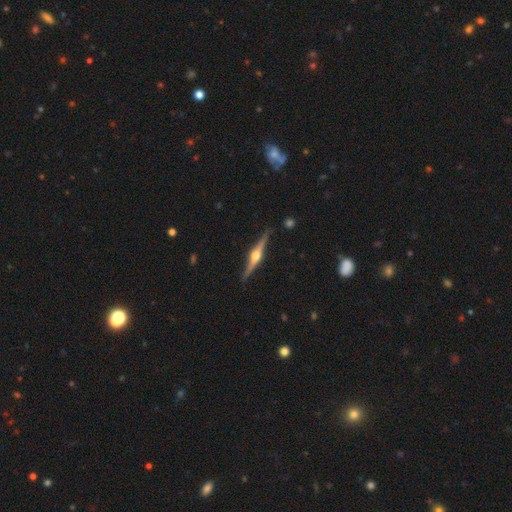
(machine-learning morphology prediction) Q: Smooth or featured?
A: featured or disk (83%); runner-up: smooth (12%)
Q: Edge-on disk?
A: yes (98%); runner-up: no (2%)
Q: Edge-on bulge?
A: rounded (96%); runner-up: boxy (3%)
Q: Merging?
A: none (90%); runner-up: minor disturbance (8%)